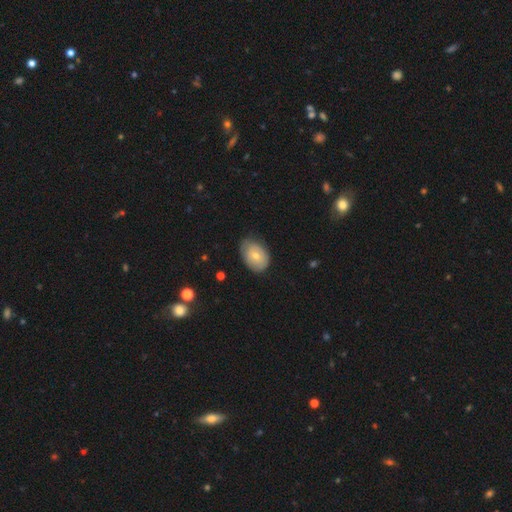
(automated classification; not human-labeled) smooth-or-featured: smooth: 66% | featured or disk: 27% | star or artifact: 7%
  how-rounded: in between: 77% | round: 22% | cigar-shaped: 1%
  merging: none: 67% | minor disturbance: 27% | major disturbance: 5% | merger: 1%